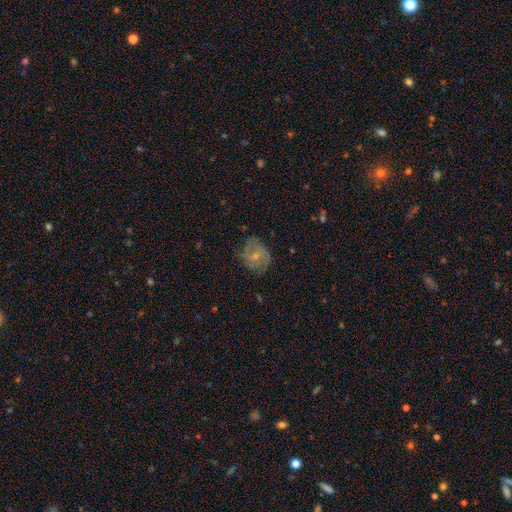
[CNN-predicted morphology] Smooth or featured? featured or disk (51%)
Edge-on disk? no (97%)
Merging? none (61%)